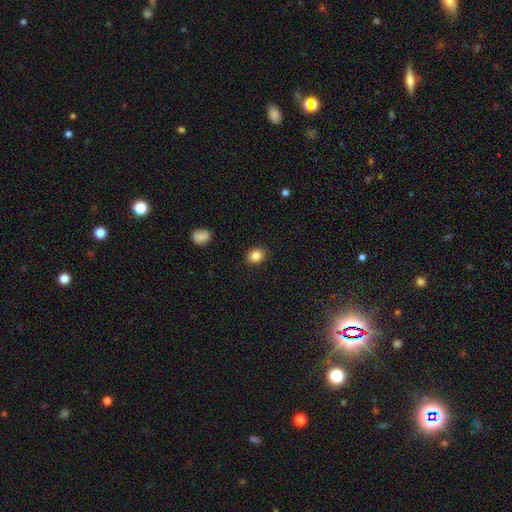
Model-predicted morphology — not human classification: Smooth or featured: smooth — 85% (star or artifact — 10%)
How rounded: round — 59% (in between — 41%)
Merging: none — 89% (minor disturbance — 8%)